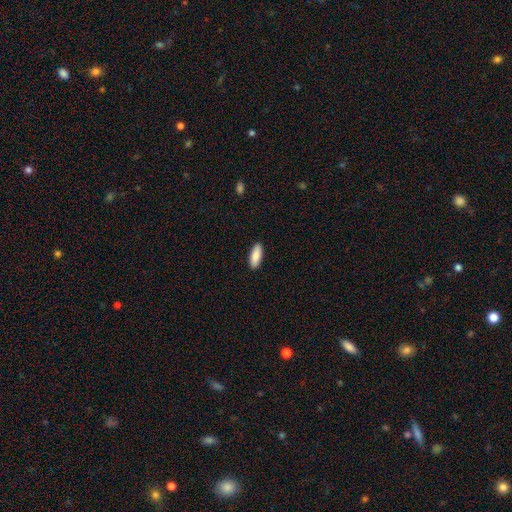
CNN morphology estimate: Q: Smooth or featured?
A: smooth (89%); runner-up: featured or disk (6%)
Q: How rounded?
A: in between (73%); runner-up: cigar-shaped (25%)
Q: Merging?
A: none (91%); runner-up: minor disturbance (7%)